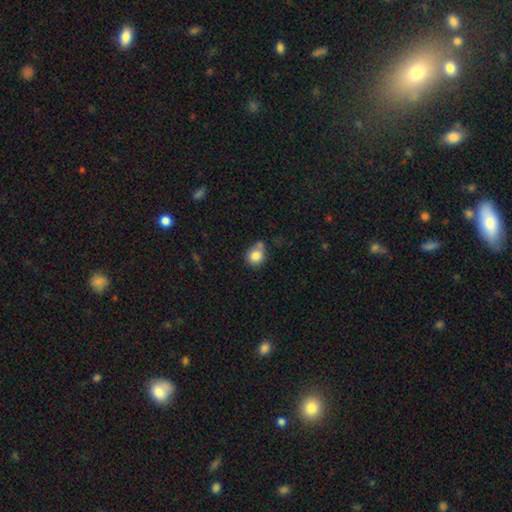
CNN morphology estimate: Smooth or featured: smooth — 81% (star or artifact — 9%)
How rounded: round — 79% (in between — 20%)
Merging: none — 52% (merger — 26%)